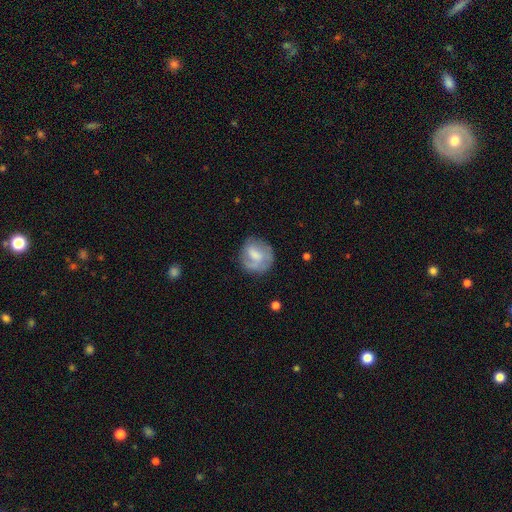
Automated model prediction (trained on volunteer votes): Smooth or featured? Predicted: smooth (p=0.54). How rounded? Predicted: round (p=0.76). Merging? Predicted: none (p=0.61).